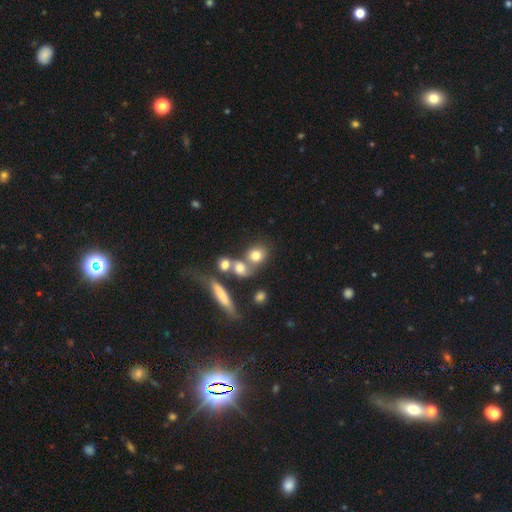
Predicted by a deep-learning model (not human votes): This is likely a smooth galaxy (72%). How rounded: likely round (69%). Merging: possibly none (48%).